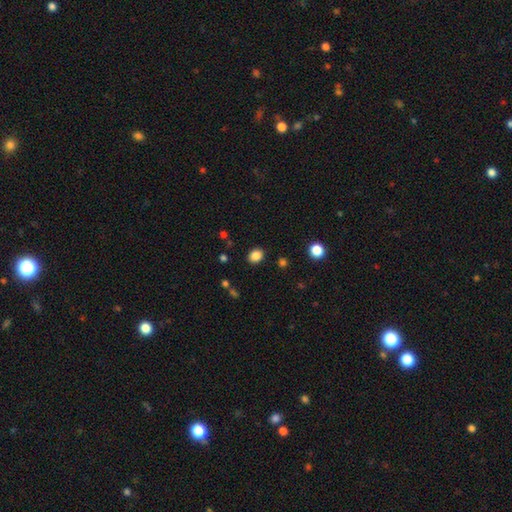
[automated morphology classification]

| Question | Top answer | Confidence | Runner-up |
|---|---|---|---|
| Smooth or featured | smooth | 85% | star or artifact (11%) |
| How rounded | round | 59% | in between (41%) |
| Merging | none | 88% | minor disturbance (8%) |